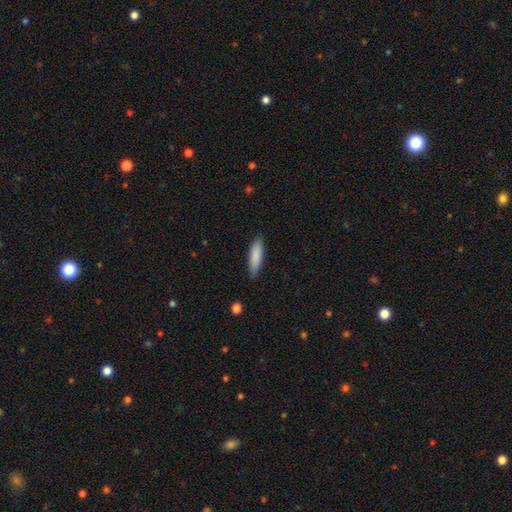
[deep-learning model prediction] Smooth or featured: smooth — 87% (featured or disk — 8%)
How rounded: cigar-shaped — 59% (in between — 39%)
Merging: none — 84% (minor disturbance — 12%)